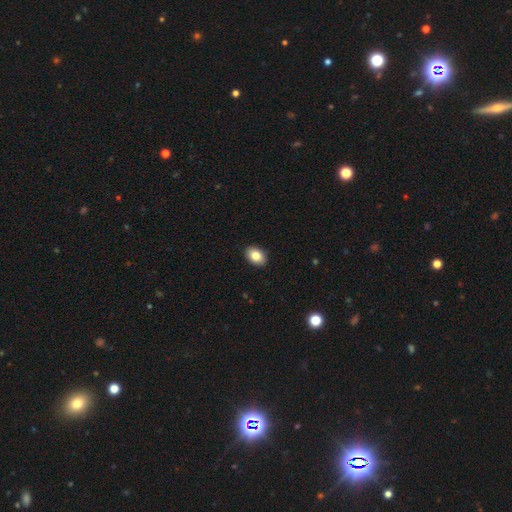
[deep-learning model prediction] Morphology: type=smooth (85%); roundness=in between (81%); merging=none (91%).